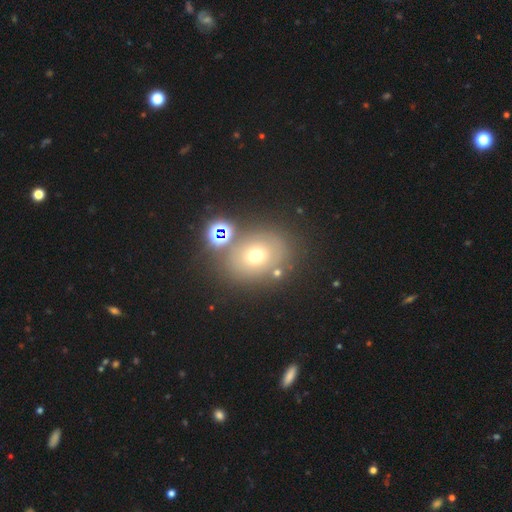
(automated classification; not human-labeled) This is possibly a smooth galaxy (58%). How rounded: possibly round (54%). Merging: likely none (73%).